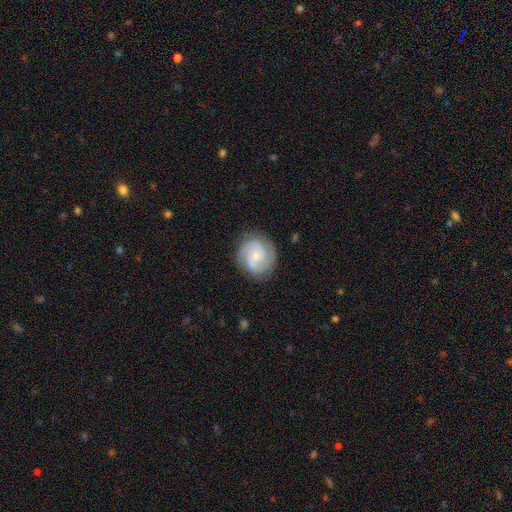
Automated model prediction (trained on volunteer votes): This is likely a featured or disk galaxy (79%). It is clearly not viewed edge-on (98%). Bar: possibly no (59%). Spiral arm pattern: clearly yes (96%). Spiral arm count: likely 2 (67%). Spiral winding: possibly tight (48%). Central bulge: likely small (65%). Merging: clearly none (82%).